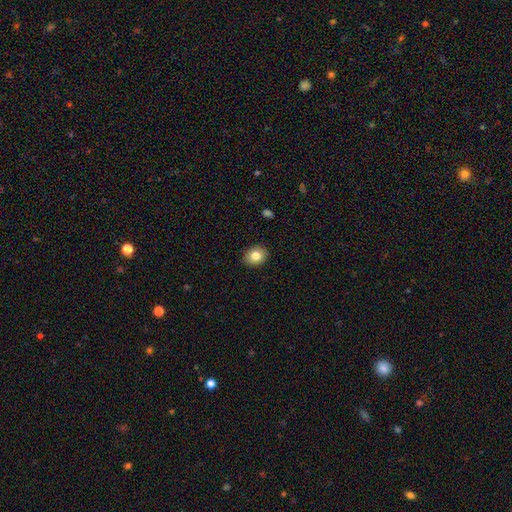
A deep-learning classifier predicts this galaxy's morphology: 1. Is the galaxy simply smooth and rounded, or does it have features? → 83% smooth, 9% star or artifact, 8% featured or disk.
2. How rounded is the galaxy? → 58% round, 41% in between, 1% cigar-shaped.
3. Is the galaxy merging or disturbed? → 89% none, 8% minor disturbance, 2% major disturbance, 1% merger.